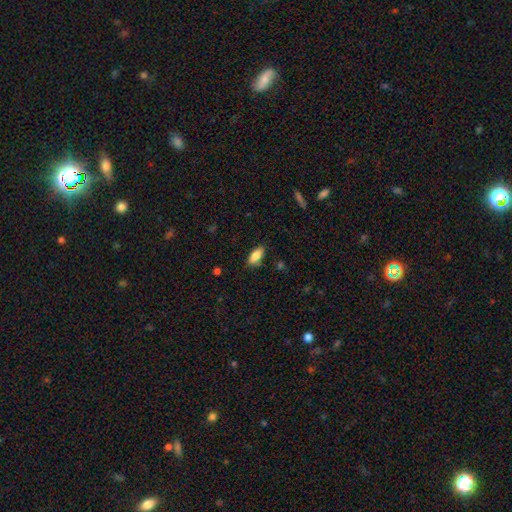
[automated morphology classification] type=smooth (83%); roundness=in between (82%); merging=none (80%).